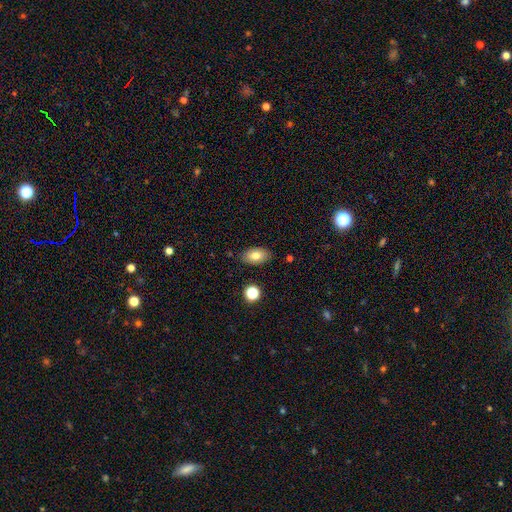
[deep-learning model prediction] A smooth galaxy with no disk features (78%) that is in between round and cigar-shaped (91%).

Vote fractions:
- Smooth or featured? smooth: 78% / featured or disk: 14% / star or artifact: 8%
- How rounded? in between: 91% / round: 7% / cigar-shaped: 2%
- Merging? none: 85% / minor disturbance: 10% / major disturbance: 2% / merger: 2%